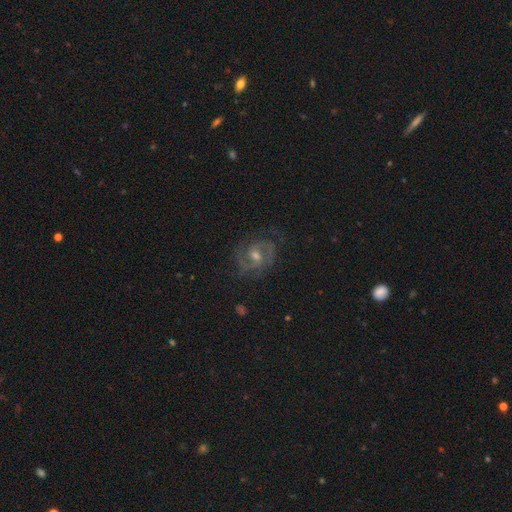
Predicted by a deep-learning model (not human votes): This appears to be a featured or disk galaxy (83%) with a weak bar (49%), 2 (79%) medium (51%) spiral arms (95%) and a moderate central bulge (64%). Merging: none (76%).